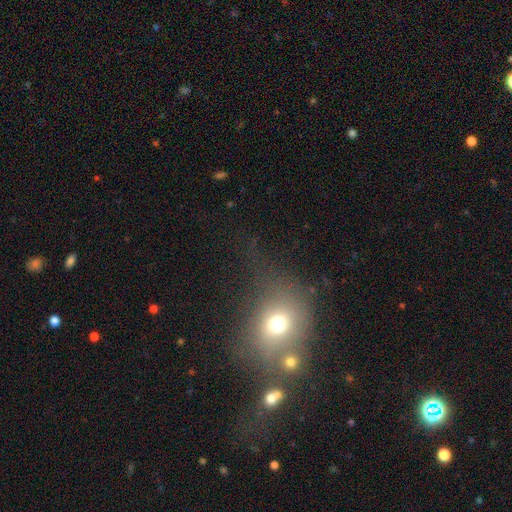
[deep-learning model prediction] A smooth galaxy with no disk features (54%) that is round (64%).

Vote fractions:
- Smooth or featured? smooth: 54% / star or artifact: 29% / featured or disk: 17%
- How rounded? round: 64% / in between: 34% / cigar-shaped: 2%
- Merging? none: 41% / merger: 21% / minor disturbance: 20% / major disturbance: 18%